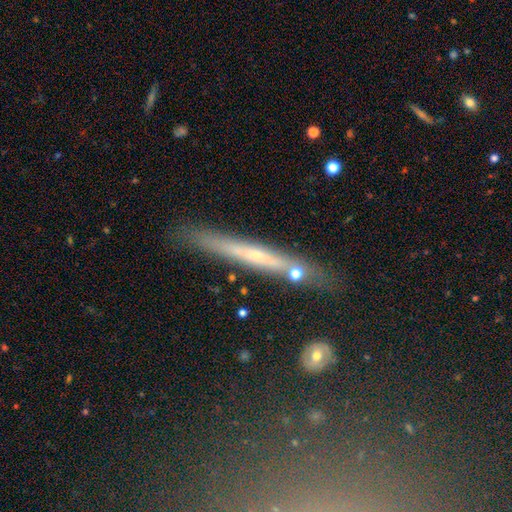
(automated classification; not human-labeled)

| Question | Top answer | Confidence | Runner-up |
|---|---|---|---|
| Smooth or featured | featured or disk | 64% | smooth (28%) |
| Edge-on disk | yes | 92% | no (8%) |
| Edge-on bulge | none | 54% | rounded (42%) |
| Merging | none | 81% | minor disturbance (12%) |